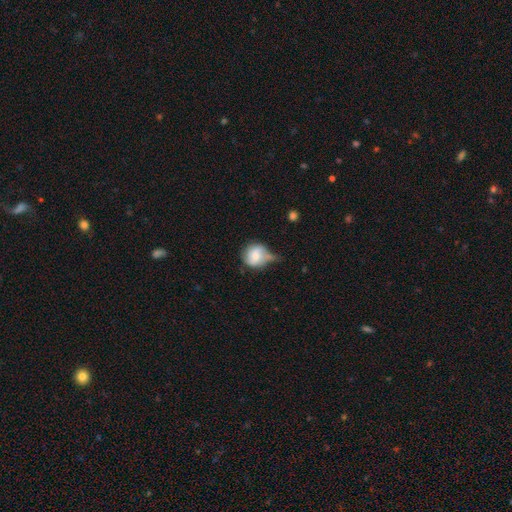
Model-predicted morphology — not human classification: type=smooth (61%); roundness=round (79%); merging=minor disturbance (39%).